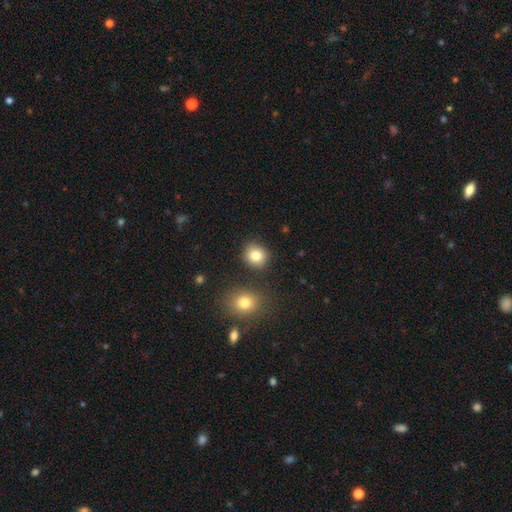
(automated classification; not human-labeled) A smooth galaxy with no disk features (82%) that is round (77%).

Vote fractions:
- Smooth or featured? smooth: 82% / star or artifact: 11% / featured or disk: 7%
- How rounded? round: 77% / in between: 22% / cigar-shaped: 1%
- Merging? none: 84% / minor disturbance: 9% / merger: 5% / major disturbance: 3%